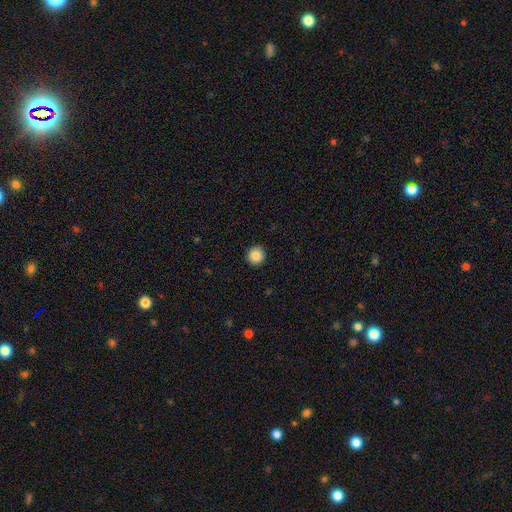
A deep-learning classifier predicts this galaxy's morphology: Smooth or featured? smooth (87%)
How rounded? round (93%)
Merging? none (93%)